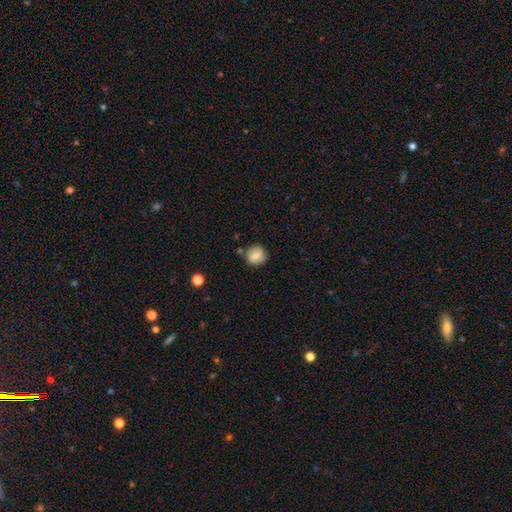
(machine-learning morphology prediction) Smooth or featured? Predicted: smooth (p=0.73). How rounded? Predicted: round (p=0.84). Merging? Predicted: none (p=0.77).